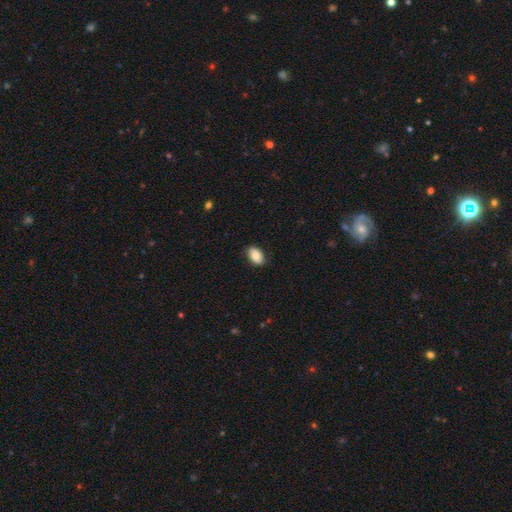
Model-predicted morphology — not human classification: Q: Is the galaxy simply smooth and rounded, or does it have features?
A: smooth — 78%.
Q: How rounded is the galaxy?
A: in between — 91%.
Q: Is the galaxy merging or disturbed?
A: none — 83%.